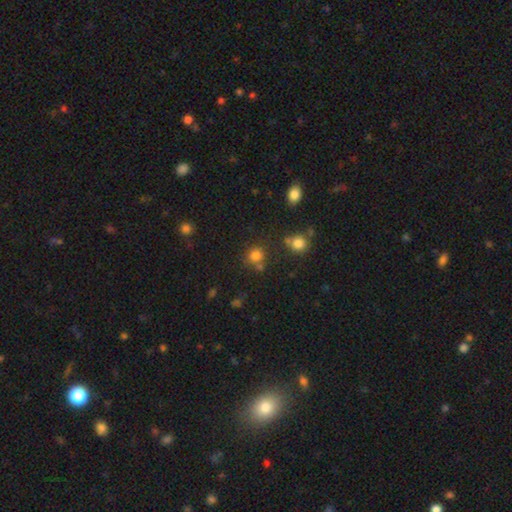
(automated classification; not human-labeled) Smooth or featured: smooth — 77% (star or artifact — 17%)
How rounded: round — 84% (in between — 15%)
Merging: none — 65% (merger — 18%)